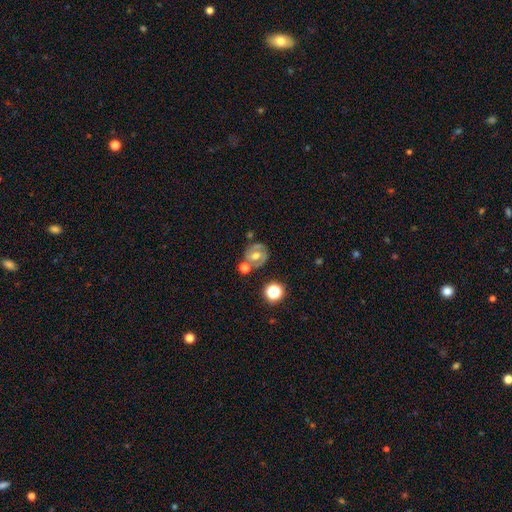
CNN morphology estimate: Overall: featured or disk (59%; smooth 29%). Edge-on disk: no (96%). Bar: no (46%; weak 38%). Spiral arms: yes (72%). Bulge size: moderate (72%). Merging: none (64%).